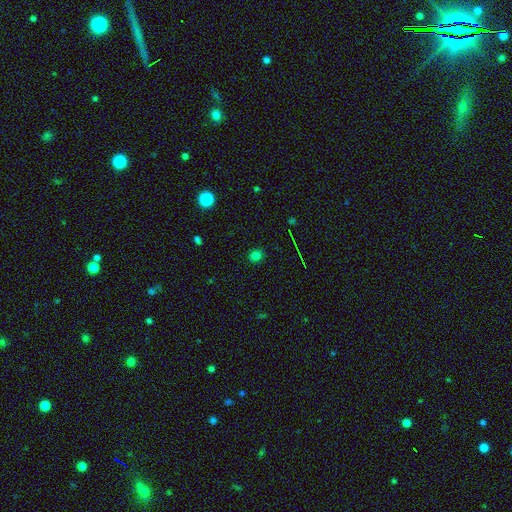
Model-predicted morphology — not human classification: smooth_or_featured: smooth (p=0.75) [alt: star or artifact p=0.20]
how_rounded: round (p=0.77) [alt: in between p=0.22]
merging: none (p=0.89) [alt: minor disturbance p=0.08]